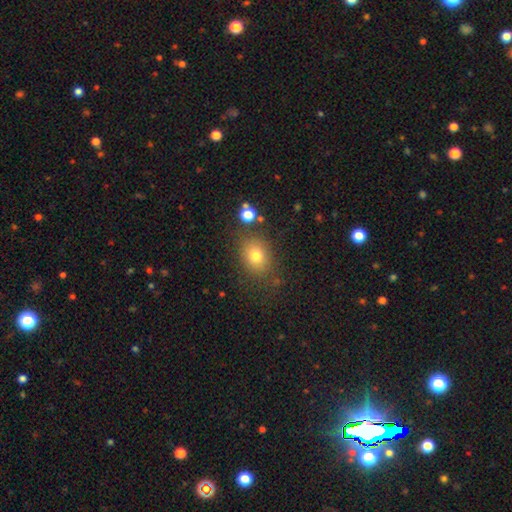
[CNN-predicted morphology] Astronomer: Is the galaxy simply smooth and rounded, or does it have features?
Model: smooth — 77%.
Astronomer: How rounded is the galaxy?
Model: round — 50% (runner-up: in between, 49%).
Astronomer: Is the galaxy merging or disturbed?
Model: none — 76%.